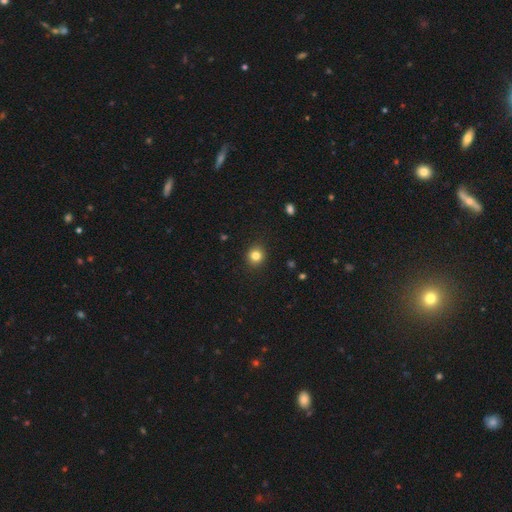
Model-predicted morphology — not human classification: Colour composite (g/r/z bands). It shows a smooth galaxy with no disk features (82%) that is round (86%). Merging: none (91%).